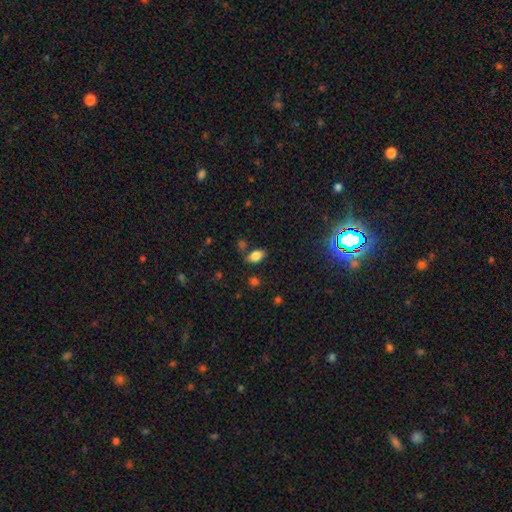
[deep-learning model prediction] Smooth or featured? Predicted: smooth (p=0.82). How rounded? Predicted: in between (p=0.91). Merging? Predicted: none (p=0.77).